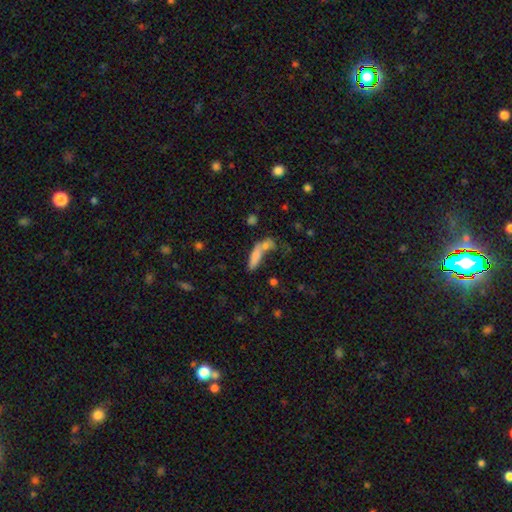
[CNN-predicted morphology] smooth_or_featured: smooth (p=0.75) [alt: featured or disk p=0.15]
how_rounded: cigar-shaped (p=0.58) [alt: in between p=0.38]
merging: merger (p=0.40) [alt: none p=0.39]